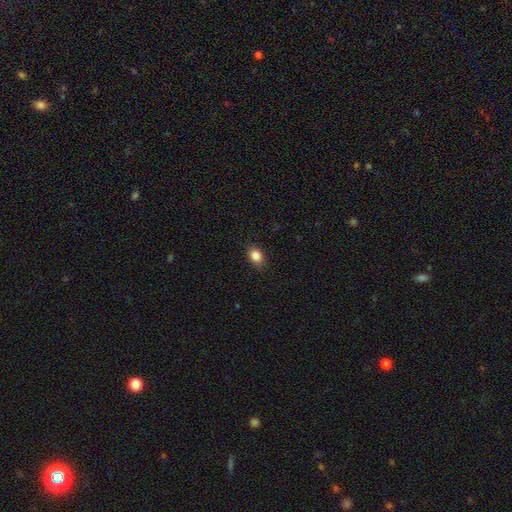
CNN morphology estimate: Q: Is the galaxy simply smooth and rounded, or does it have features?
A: smooth — 85%.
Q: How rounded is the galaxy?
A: in between — 65%.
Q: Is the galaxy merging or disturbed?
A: none — 84%.